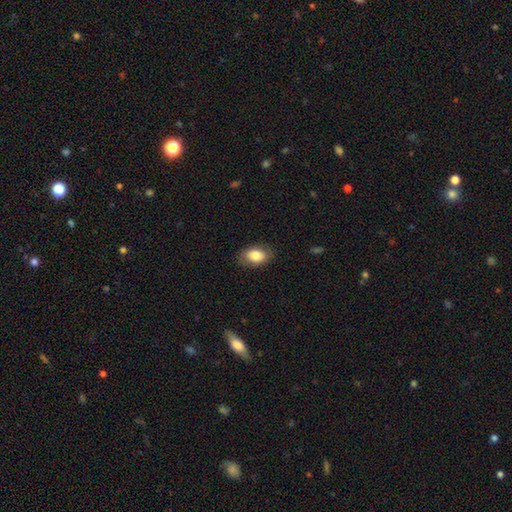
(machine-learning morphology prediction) A smooth galaxy with no disk features (82%) that is in between round and cigar-shaped (86%).

Vote fractions:
- Smooth or featured? smooth: 82% / featured or disk: 10% / star or artifact: 7%
- How rounded? in between: 86% / round: 12% / cigar-shaped: 1%
- Merging? none: 82% / minor disturbance: 13% / major disturbance: 3% / merger: 1%